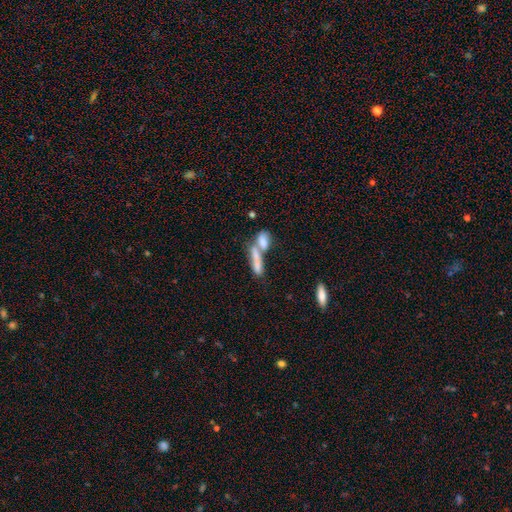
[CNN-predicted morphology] Smooth or featured?
  - smooth: 67% *
  - featured or disk: 24%
  - star or artifact: 9%
How rounded?
  - cigar-shaped: 52% *
  - in between: 42%
  - round: 6%
Merging?
  - merger: 66% *
  - none: 21%
  - minor disturbance: 7%
  - major disturbance: 6%